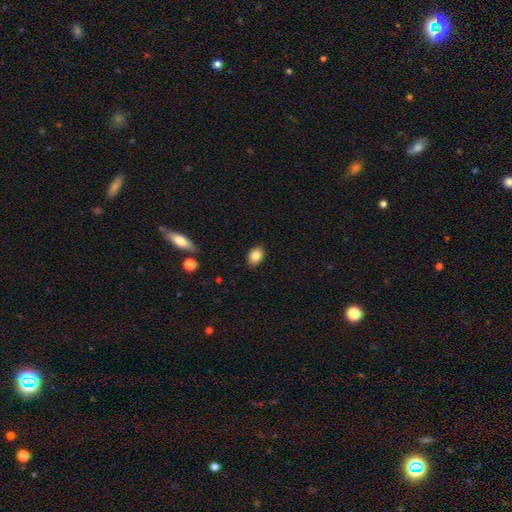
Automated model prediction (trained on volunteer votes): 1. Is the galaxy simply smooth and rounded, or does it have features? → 86% smooth, 8% star or artifact, 6% featured or disk.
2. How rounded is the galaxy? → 78% in between, 20% round, 1% cigar-shaped.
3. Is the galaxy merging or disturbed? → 87% none, 10% minor disturbance, 2% major disturbance, 1% merger.